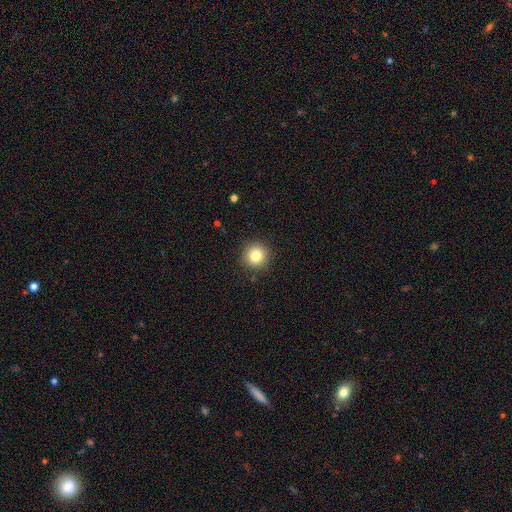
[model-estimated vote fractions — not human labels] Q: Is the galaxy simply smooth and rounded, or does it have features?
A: smooth — 82%.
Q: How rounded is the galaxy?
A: round — 94%.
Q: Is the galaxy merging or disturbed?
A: none — 90%.